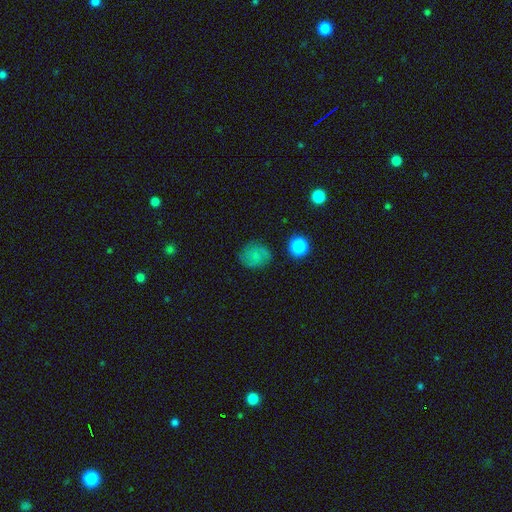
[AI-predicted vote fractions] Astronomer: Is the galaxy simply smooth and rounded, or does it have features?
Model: smooth — 74%.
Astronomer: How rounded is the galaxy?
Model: round — 77%.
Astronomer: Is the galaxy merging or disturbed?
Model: none — 75%.